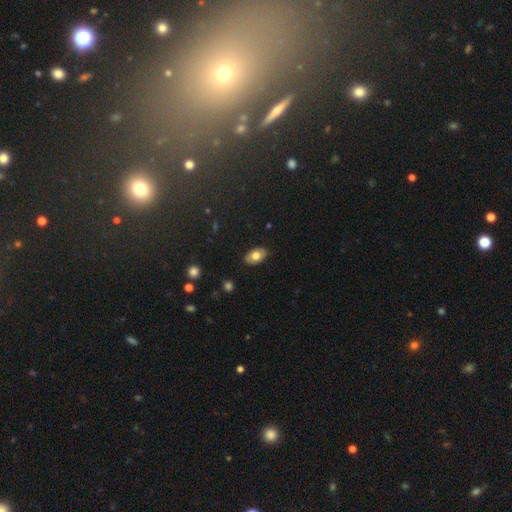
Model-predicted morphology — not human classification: This is likely a smooth galaxy (75%). How rounded: clearly in between (91%). Merging: clearly none (86%).